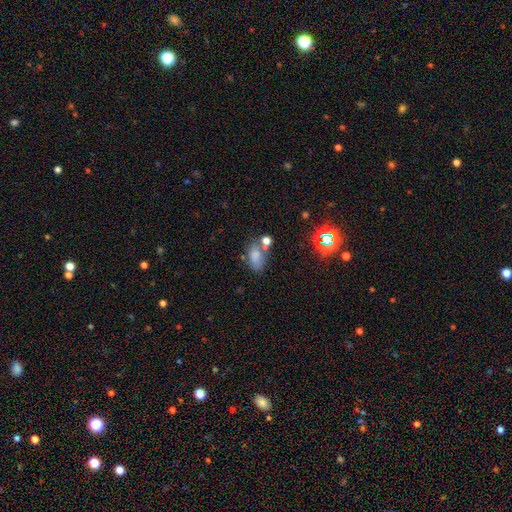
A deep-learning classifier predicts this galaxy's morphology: type=smooth (72%); roundness=in between (88%); merging=none (44%).